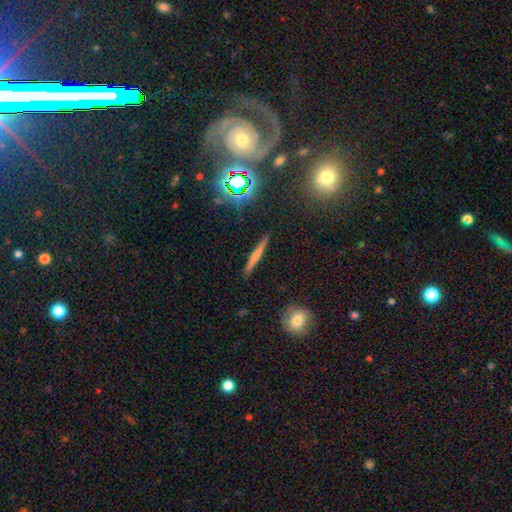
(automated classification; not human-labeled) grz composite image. It shows a smooth galaxy with no disk features (51%) that is cigar-shaped (93%). Merging: none (90%).